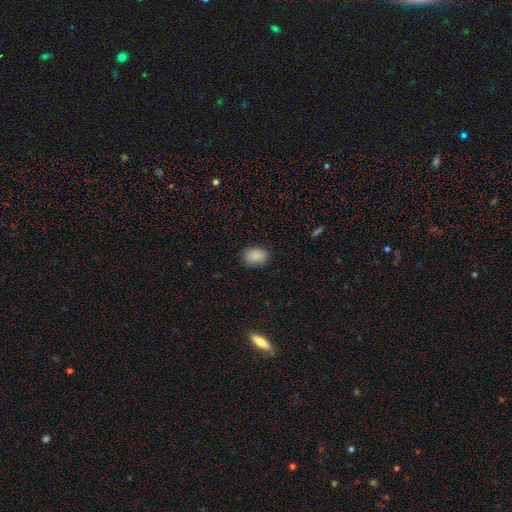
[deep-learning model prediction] Smooth or featured? smooth (88%)
How rounded? in between (77%)
Merging? none (84%)